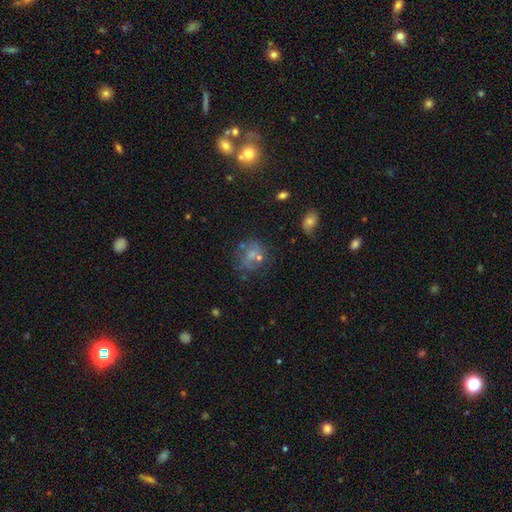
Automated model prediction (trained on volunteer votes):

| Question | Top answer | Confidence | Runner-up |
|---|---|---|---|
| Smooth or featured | smooth | 50% | featured or disk (30%) |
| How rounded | round | 61% | in between (38%) |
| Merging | none | 50% | minor disturbance (20%) |